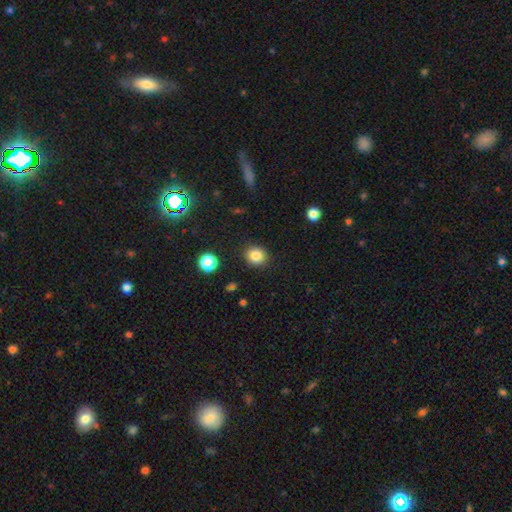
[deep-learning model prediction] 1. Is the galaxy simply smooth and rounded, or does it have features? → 84% smooth, 11% star or artifact, 5% featured or disk.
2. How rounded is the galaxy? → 80% round, 19% in between, 1% cigar-shaped.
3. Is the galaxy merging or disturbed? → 89% none, 8% minor disturbance, 2% major disturbance, 1% merger.